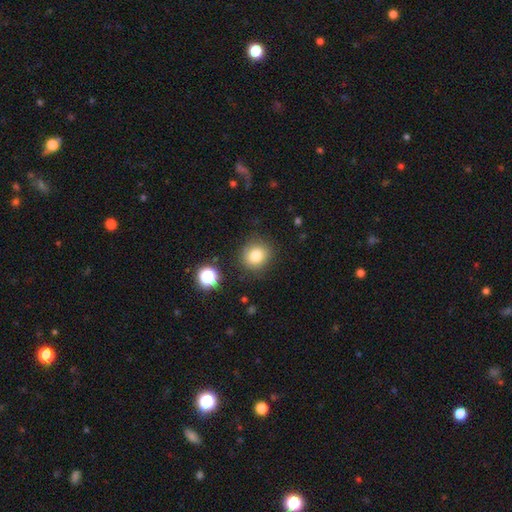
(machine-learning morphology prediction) Smooth or featured: smooth — 79% (star or artifact — 13%)
How rounded: round — 87% (in between — 12%)
Merging: none — 86% (minor disturbance — 9%)